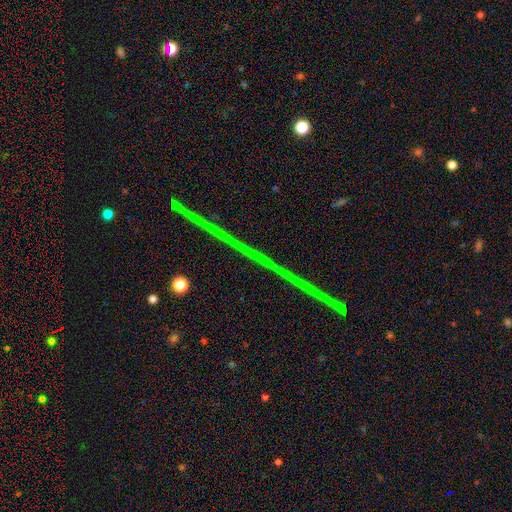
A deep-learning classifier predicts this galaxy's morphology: This appears to be a star or artifact, not a galaxy (81%).